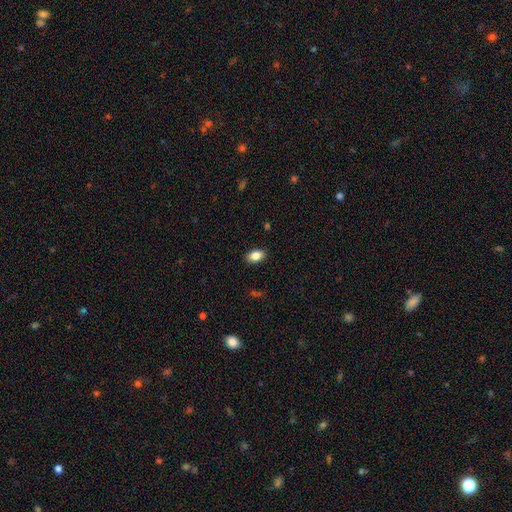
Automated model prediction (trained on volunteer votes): Overall: smooth (85%). How rounded: in between (88%). Merging: none (88%).